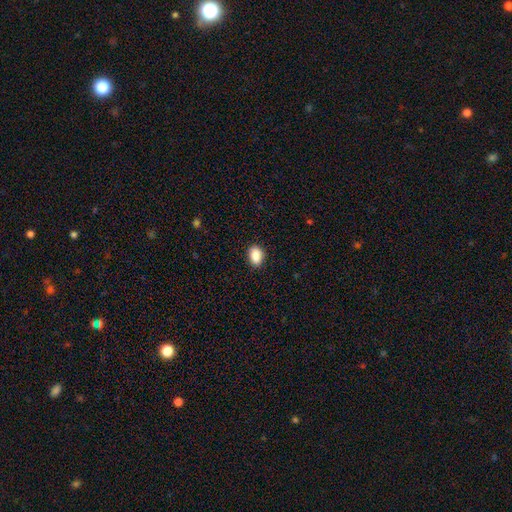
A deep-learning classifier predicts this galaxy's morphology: smooth_or_featured: smooth (p=0.89) [alt: star or artifact p=0.08]
how_rounded: in between (p=0.80) [alt: round p=0.19]
merging: none (p=0.88) [alt: minor disturbance p=0.09]